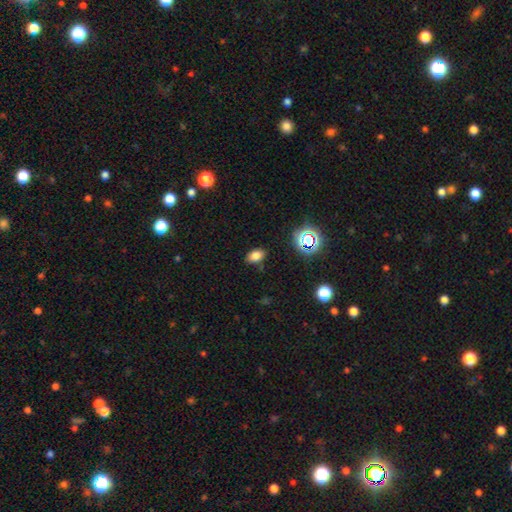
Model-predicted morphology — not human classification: Smooth or featured: smooth — 75% (star or artifact — 18%)
How rounded: in between — 87% (round — 12%)
Merging: none — 83% (minor disturbance — 12%)